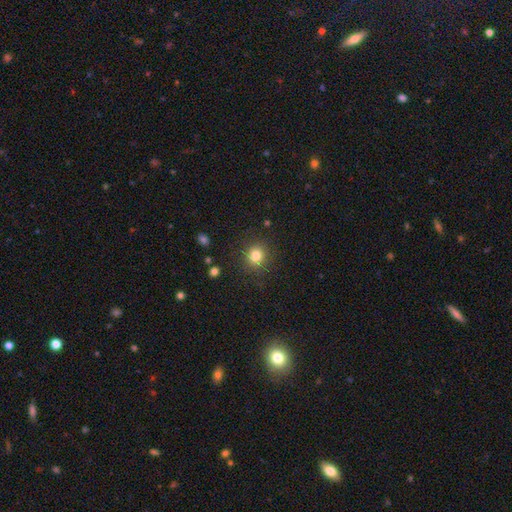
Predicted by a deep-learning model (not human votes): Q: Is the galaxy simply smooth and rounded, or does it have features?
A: smooth — 82%.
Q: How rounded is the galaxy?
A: round — 87%.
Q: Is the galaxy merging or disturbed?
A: none — 89%.